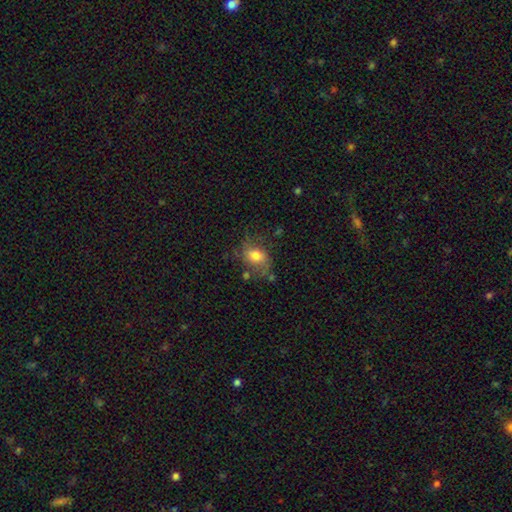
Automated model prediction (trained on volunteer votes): This appears to be a smooth galaxy with no disk features (62%) that is in between round and cigar-shaped (60%). Merging: none (55%).